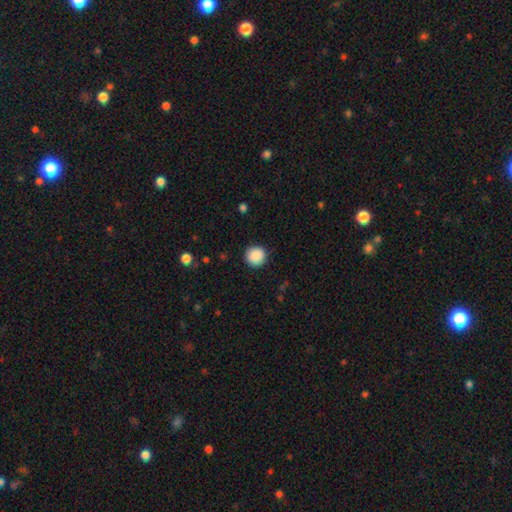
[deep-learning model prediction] Smooth or featured? smooth (89%)
How rounded? round (95%)
Merging? none (91%)